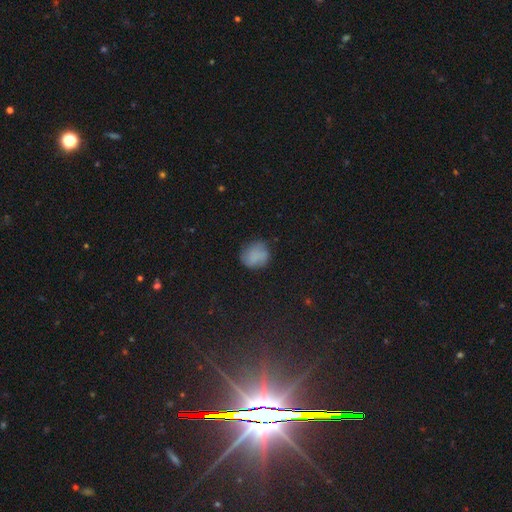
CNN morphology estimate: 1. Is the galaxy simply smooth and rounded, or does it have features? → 77% smooth, 12% featured or disk, 10% star or artifact.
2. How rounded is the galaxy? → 78% round, 21% in between, 1% cigar-shaped.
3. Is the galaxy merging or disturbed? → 68% none, 23% minor disturbance, 7% major disturbance, 2% merger.